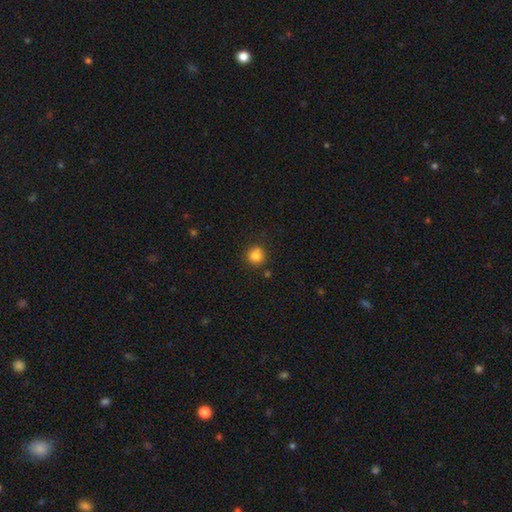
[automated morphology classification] Q: Smooth or featured?
A: smooth (83%); runner-up: star or artifact (11%)
Q: How rounded?
A: round (91%); runner-up: in between (8%)
Q: Merging?
A: none (80%); runner-up: minor disturbance (11%)